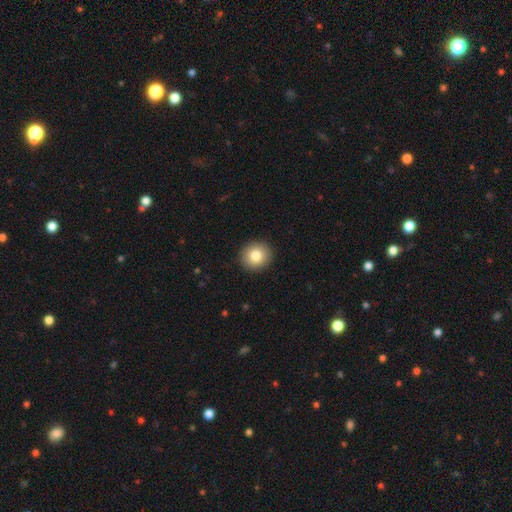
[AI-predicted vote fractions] A smooth galaxy with no disk features (82%) that is round (83%).

Vote fractions:
- Smooth or featured? smooth: 82% / featured or disk: 9% / star or artifact: 9%
- How rounded? round: 83% / in between: 16% / cigar-shaped: 1%
- Merging? none: 92% / minor disturbance: 6% / major disturbance: 2% / merger: 1%